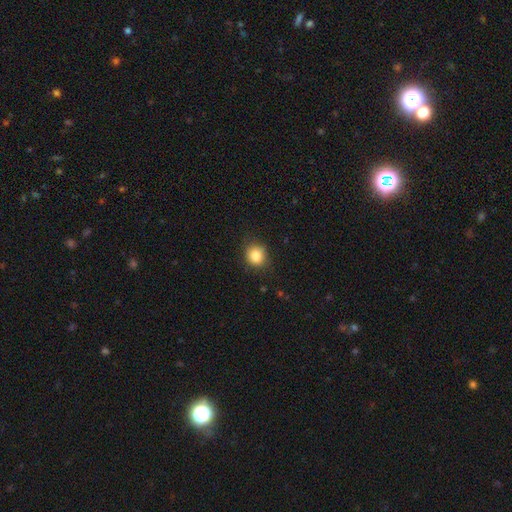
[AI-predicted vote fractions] This appears to be a smooth galaxy with no disk features (85%) that is round (77%). Merging: none (78%).